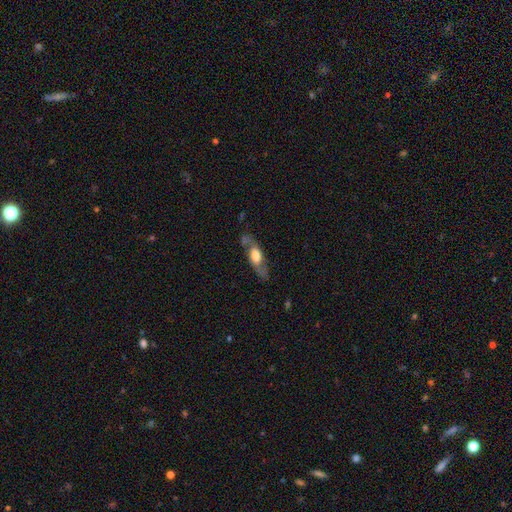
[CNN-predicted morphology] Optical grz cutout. It shows a featured or disk galaxy (58%). Merging: none (68%).